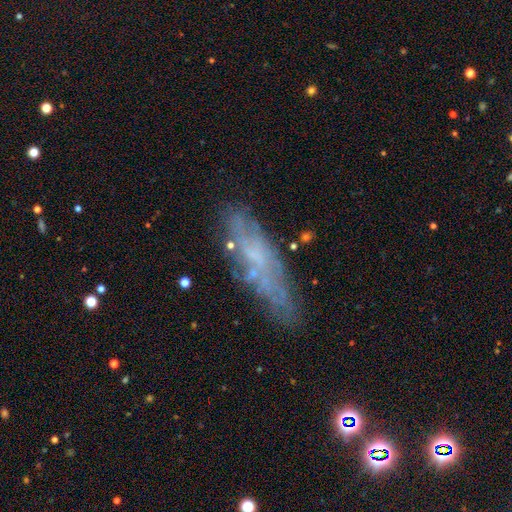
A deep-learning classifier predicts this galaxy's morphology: A featured or disk galaxy (56%).

Vote fractions:
- Smooth or featured? featured or disk: 56% / smooth: 32% / star or artifact: 11%
- Edge-on disk? no: 63% / yes: 37%
- Merging? none: 71% / minor disturbance: 18% / major disturbance: 7% / merger: 4%